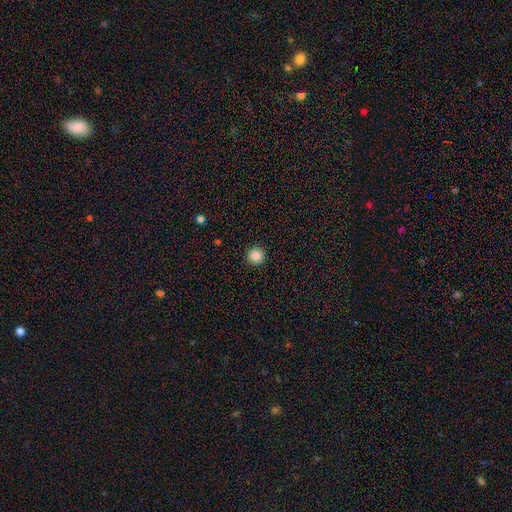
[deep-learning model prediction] Morphology: type=smooth (86%); roundness=round (96%); merging=none (93%).